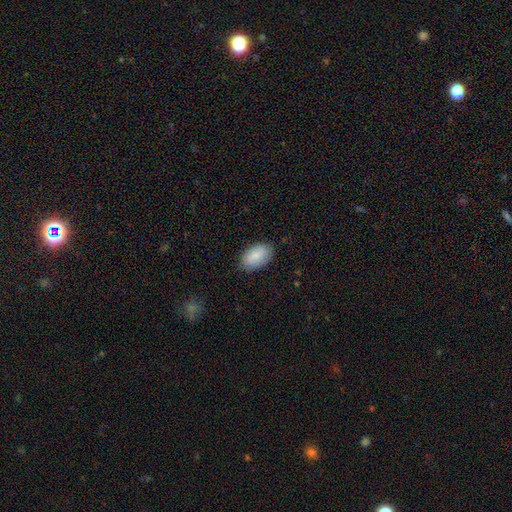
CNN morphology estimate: smooth_or_featured: smooth (p=0.85) [alt: featured or disk p=0.09]
how_rounded: in between (p=0.95) [alt: round p=0.04]
merging: none (p=0.82) [alt: minor disturbance p=0.14]